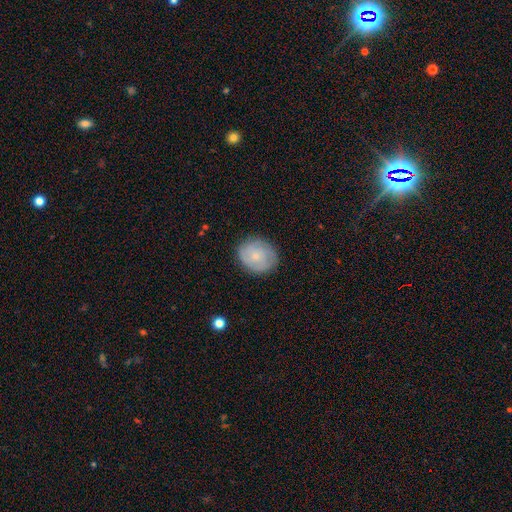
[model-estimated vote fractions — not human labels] smooth-or-featured: smooth: 60% | featured or disk: 33% | star or artifact: 7%
  how-rounded: round: 73% | in between: 26% | cigar-shaped: 1%
  merging: none: 83% | minor disturbance: 13% | major disturbance: 3% | merger: 1%